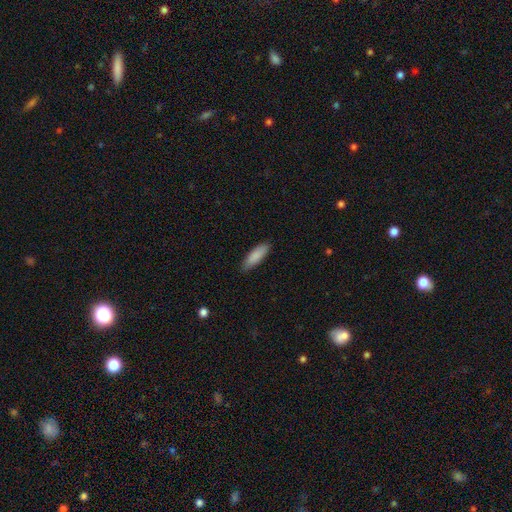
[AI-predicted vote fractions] This is clearly a smooth galaxy (87%). How rounded: possibly in between (50%). Merging: clearly none (86%).